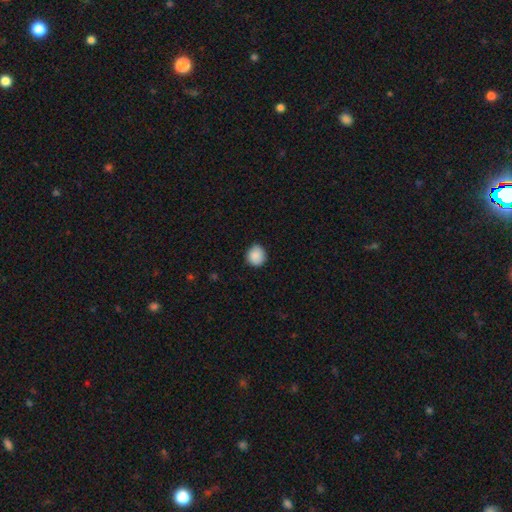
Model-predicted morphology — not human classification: The model was most divided on "merging": none: 86%, minor disturbance: 11%, major disturbance: 2%, merger: 1%. More confident: how rounded — round (89%); smooth or featured — smooth (89%).